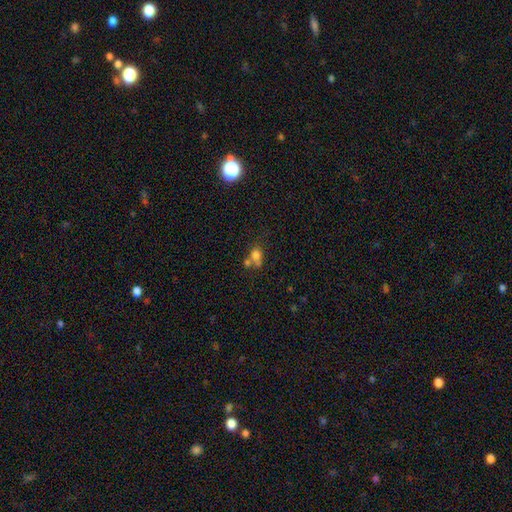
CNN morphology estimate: This appears to be a smooth galaxy with no disk features (74%) that is in between round and cigar-shaped (54%). Merging: merger (46%).